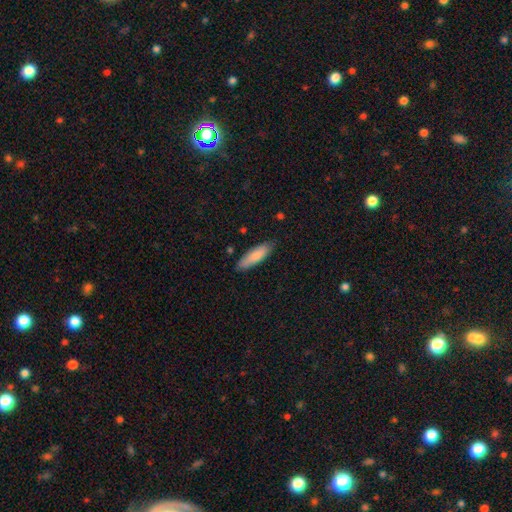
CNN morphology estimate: Smooth or featured: smooth — 84% (featured or disk — 11%)
How rounded: cigar-shaped — 52% (in between — 47%)
Merging: none — 82% (minor disturbance — 14%)